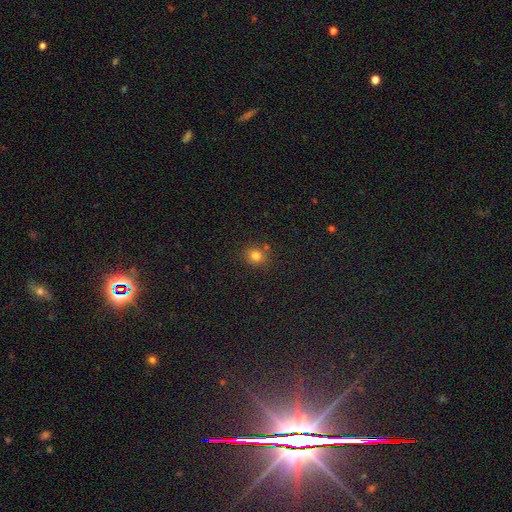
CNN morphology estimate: This is clearly a smooth galaxy (80%). How rounded: likely round (78%). Merging: likely none (77%).